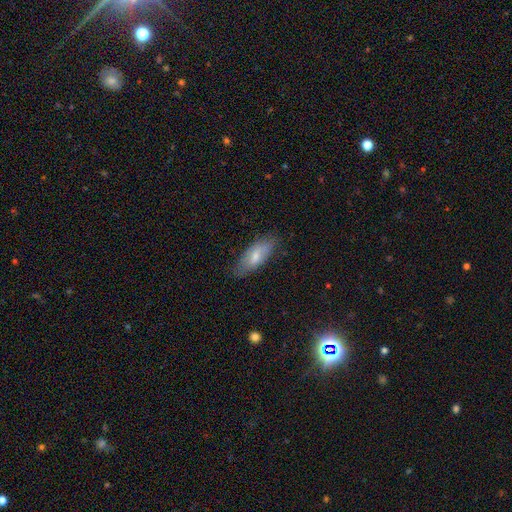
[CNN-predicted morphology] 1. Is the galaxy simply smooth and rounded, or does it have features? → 68% smooth, 26% featured or disk, 6% star or artifact.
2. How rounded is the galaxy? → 74% in between, 24% cigar-shaped, 2% round.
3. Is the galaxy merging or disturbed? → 78% none, 17% minor disturbance, 4% major disturbance, 1% merger.